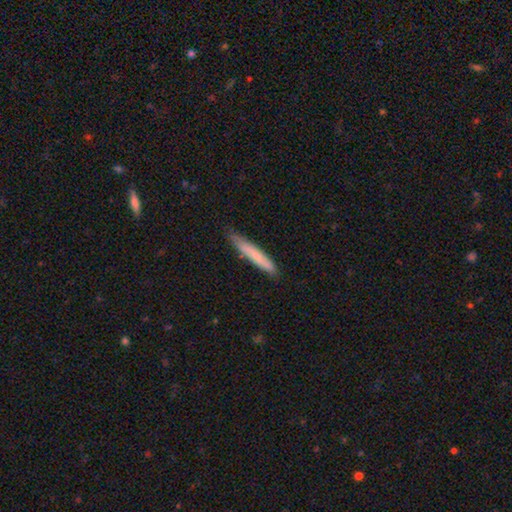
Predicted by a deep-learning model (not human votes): smooth 71%, featured or disk 24%, star or artifact 5%. Down the decision tree: how rounded — cigar-shaped (94%); merging — none (79%).